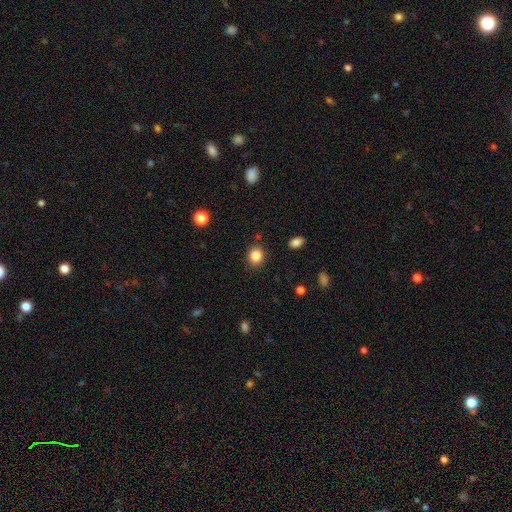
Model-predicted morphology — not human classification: Smooth or featured? smooth (84%)
How rounded? round (71%)
Merging? none (87%)